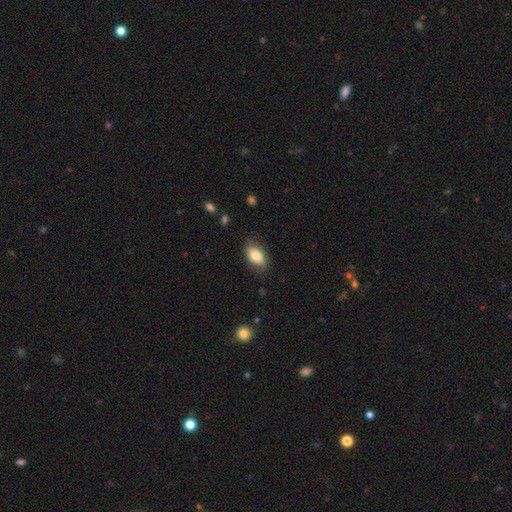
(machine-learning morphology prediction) Overall: smooth (80%). How rounded: in between (92%). Merging: none (81%).